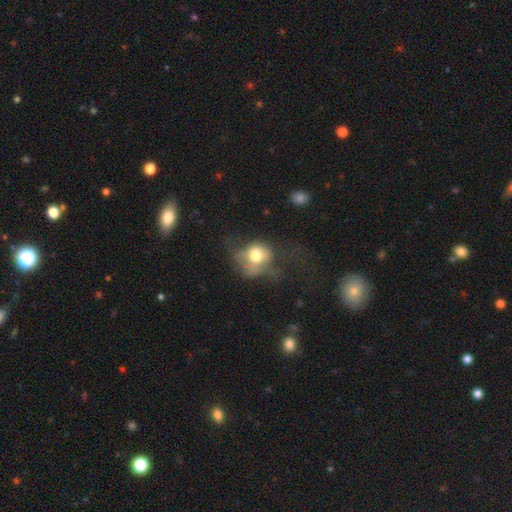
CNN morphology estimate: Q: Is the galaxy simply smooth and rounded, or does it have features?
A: smooth — 63%.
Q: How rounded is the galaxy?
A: round — 57%.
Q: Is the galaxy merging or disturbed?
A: major disturbance — 46%.